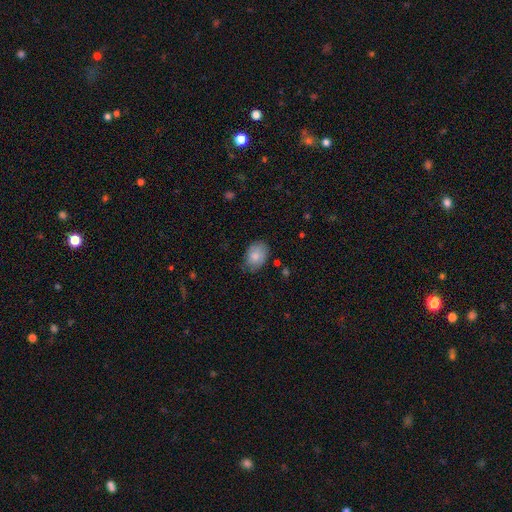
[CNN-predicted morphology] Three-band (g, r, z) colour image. It shows a smooth galaxy with no disk features (83%) that is in between round and cigar-shaped (82%). Merging: none (72%).